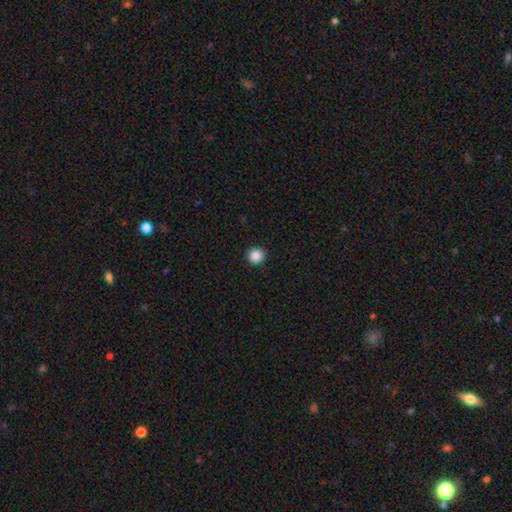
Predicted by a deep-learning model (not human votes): Morphology: type=smooth (87%); roundness=round (94%); merging=none (93%).